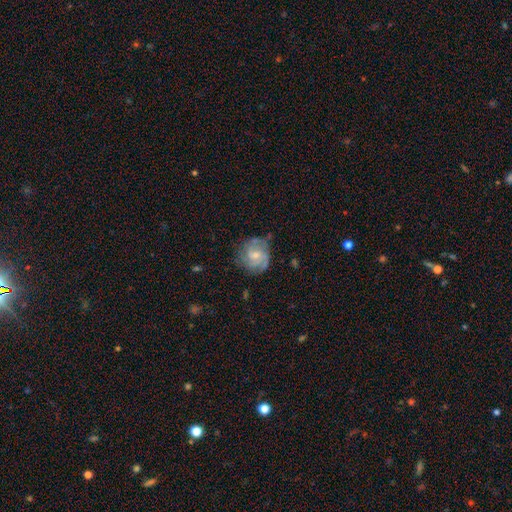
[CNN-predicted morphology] The model was most divided on "spiral arm count" (2-way tie): 3: 29%, 2: 29%, can't tell: 24%, 4: 9%, 1: 5%, more than 4: 5%. Remaining: edge-on disk — no (98%); spiral arms — yes (93%); smooth or featured — featured or disk (75%); merging — none (70%); bar — no (58%); bulge size — small (56%); spiral winding — tight (49%).